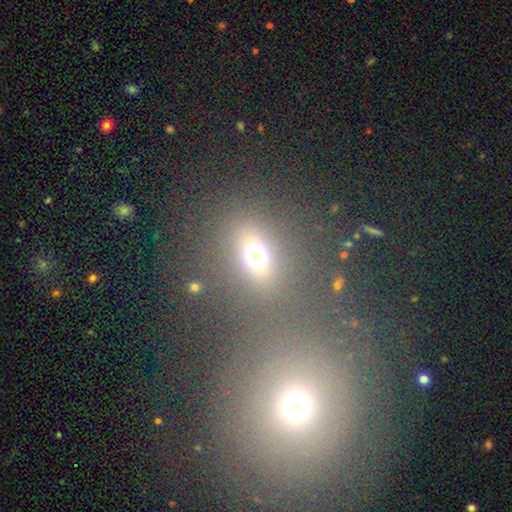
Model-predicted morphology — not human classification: Q: Smooth or featured?
A: smooth (63%); runner-up: star or artifact (23%)
Q: How rounded?
A: in between (51%); runner-up: round (45%)
Q: Merging?
A: none (73%); runner-up: minor disturbance (11%)